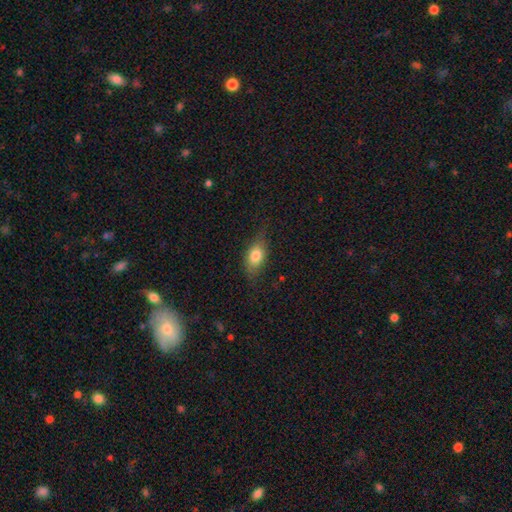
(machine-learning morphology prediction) This appears to be a smooth galaxy with no disk features (76%) that is in between round and cigar-shaped (81%). Merging: none (70%).